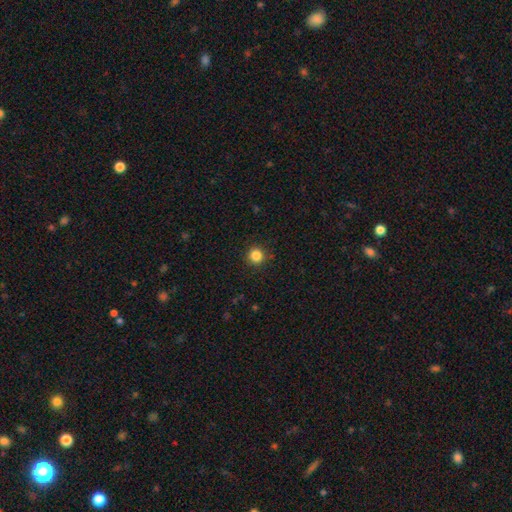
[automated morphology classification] A smooth galaxy with no disk features (85%) that is round (94%). Merging: none (91%).